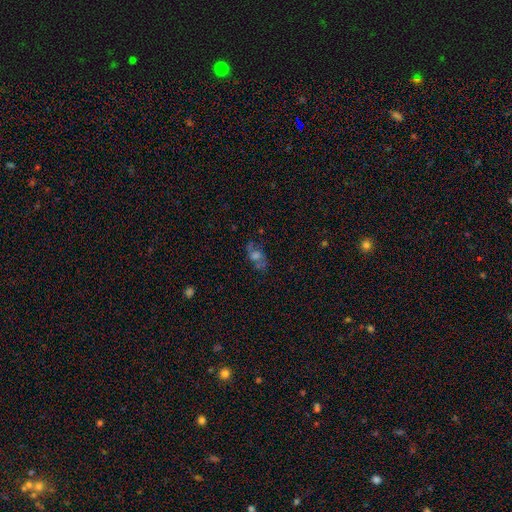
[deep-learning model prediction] Morphology: type=featured or disk (45%); merging=none (63%).